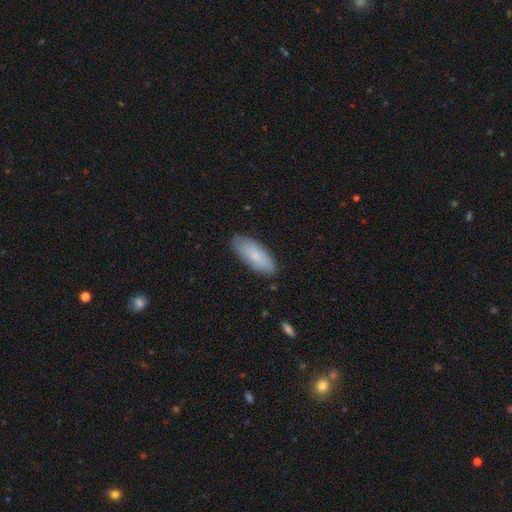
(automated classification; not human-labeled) A smooth galaxy with no disk features (75%) that is in between round and cigar-shaped (76%). Merging: none (82%).